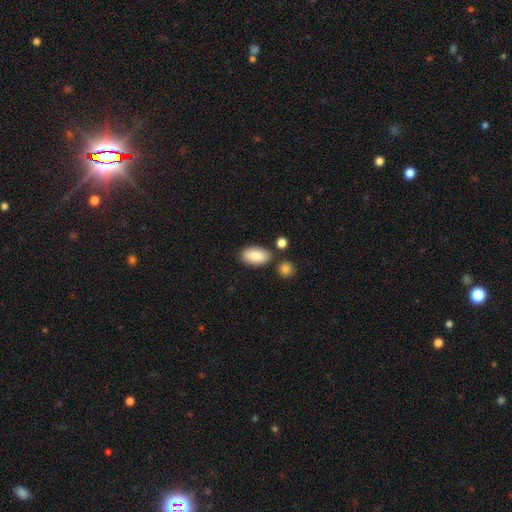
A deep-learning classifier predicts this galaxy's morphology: smooth 85%, featured or disk 9%, star or artifact 7%. Down the decision tree: how rounded — in between (93%); merging — none (79%).